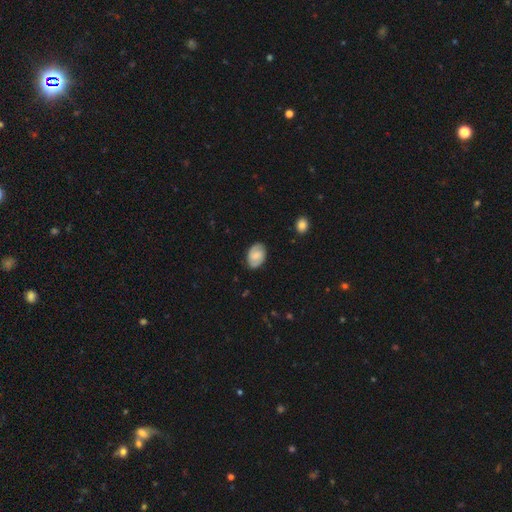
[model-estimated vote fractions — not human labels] This is possibly a featured or disk galaxy (47%). Merging: clearly none (82%).